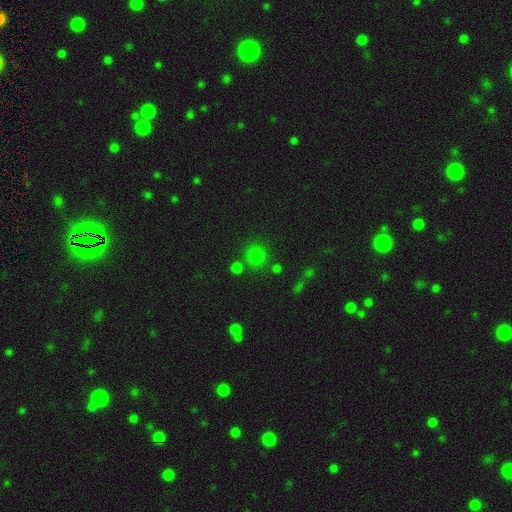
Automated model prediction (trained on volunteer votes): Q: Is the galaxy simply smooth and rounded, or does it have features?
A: smooth — 75%.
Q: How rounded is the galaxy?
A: round — 90%.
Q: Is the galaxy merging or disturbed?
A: none — 75%.